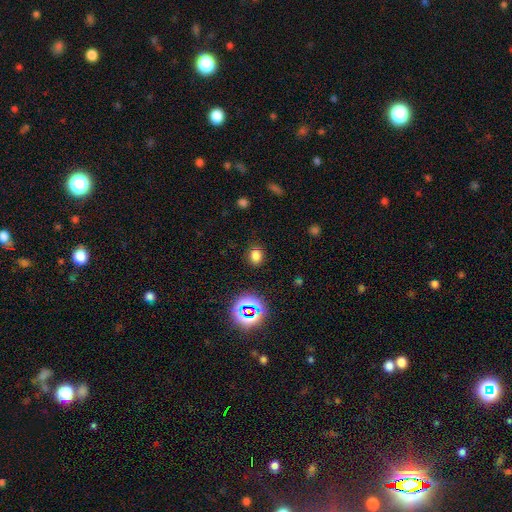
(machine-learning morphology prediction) smooth 72%, star or artifact 22%, featured or disk 6%. Down the decision tree: how rounded — round (50%); merging — none (84%).